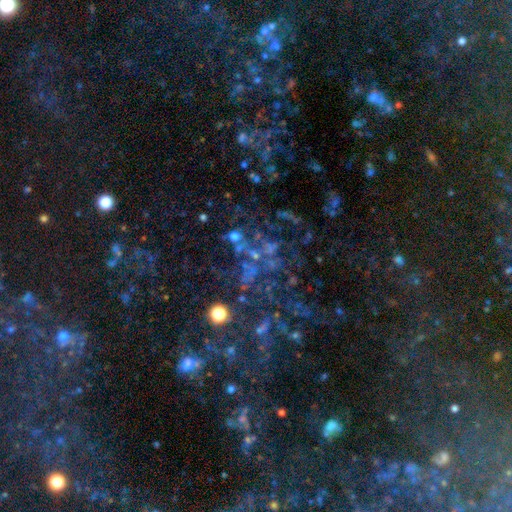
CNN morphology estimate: type=star or artifact (52%).